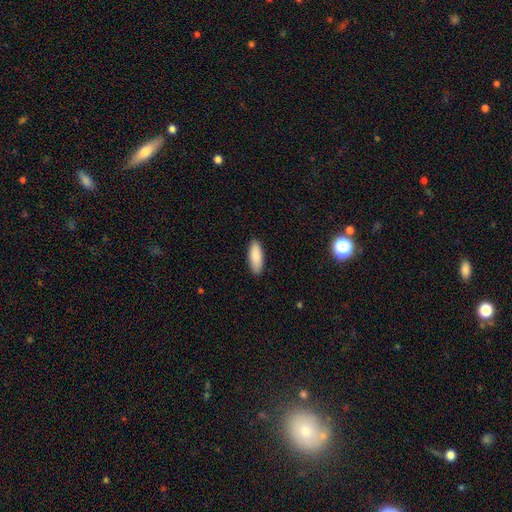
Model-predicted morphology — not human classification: Smooth or featured? smooth (89%)
How rounded? in between (72%)
Merging? none (89%)